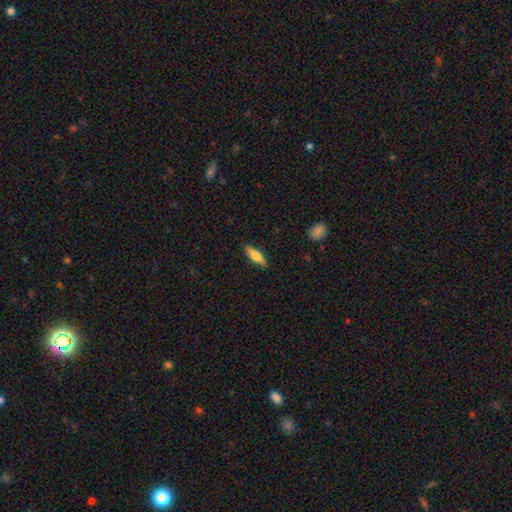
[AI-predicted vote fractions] smooth-or-featured: smooth: 62% | featured or disk: 33% | star or artifact: 6%
  how-rounded: cigar-shaped: 56% | in between: 41% | round: 2%
  merging: none: 89% | minor disturbance: 9% | major disturbance: 2% | merger: 1%